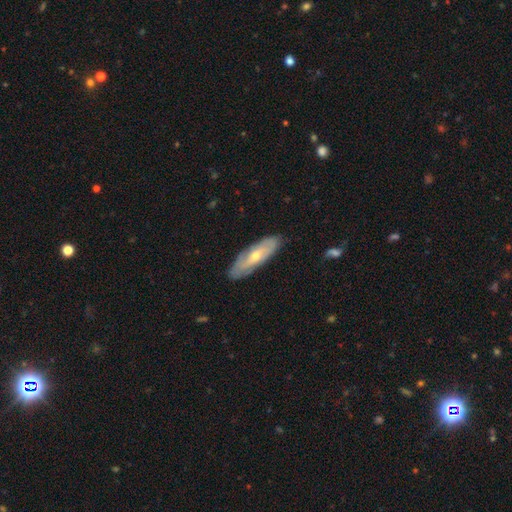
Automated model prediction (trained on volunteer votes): Overall: featured or disk (59%; smooth 35%). Edge-on disk: no (69%; yes 31%). Merging: none (84%).